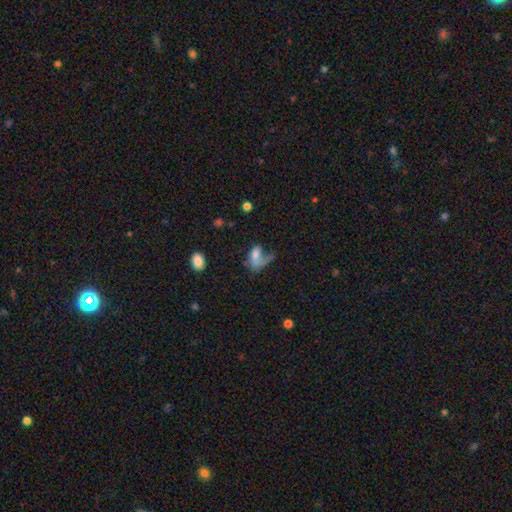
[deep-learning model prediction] Smooth or featured?
  - smooth: 56% *
  - featured or disk: 33%
  - star or artifact: 11%
How rounded?
  - in between: 82% *
  - round: 12%
  - cigar-shaped: 6%
Merging?
  - major disturbance: 48% *
  - none: 24%
  - minor disturbance: 16%
  - merger: 13%